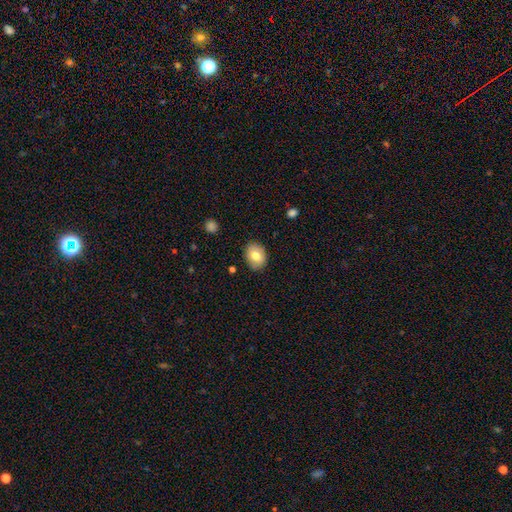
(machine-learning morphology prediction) This appears to be a smooth galaxy with no disk features (78%) that is in between round and cigar-shaped (58%). Merging: none (86%).